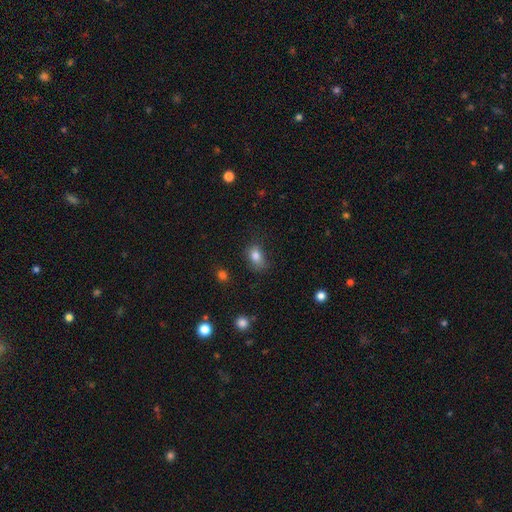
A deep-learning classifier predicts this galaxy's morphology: smooth 82%, star or artifact 11%, featured or disk 7%. Down the decision tree: how rounded — in between (75%); merging — none (64%).